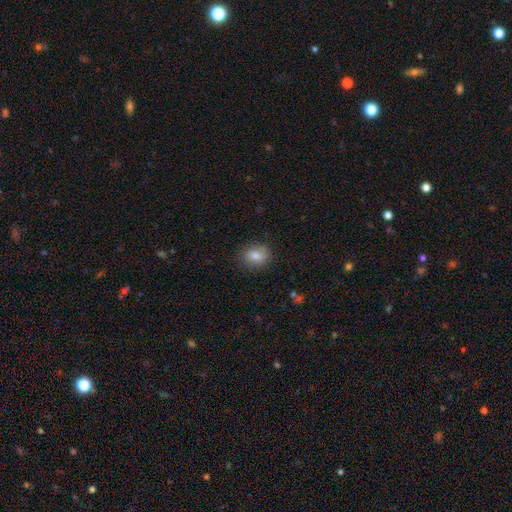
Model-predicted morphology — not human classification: Smooth or featured: smooth — 78% (featured or disk — 12%)
How rounded: in between — 57% (round — 42%)
Merging: none — 81% (minor disturbance — 14%)